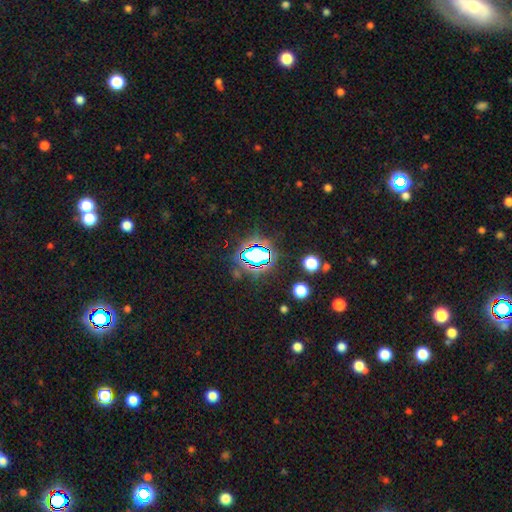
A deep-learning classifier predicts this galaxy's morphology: smooth_or_featured: star or artifact (p=0.64) [alt: smooth p=0.24]